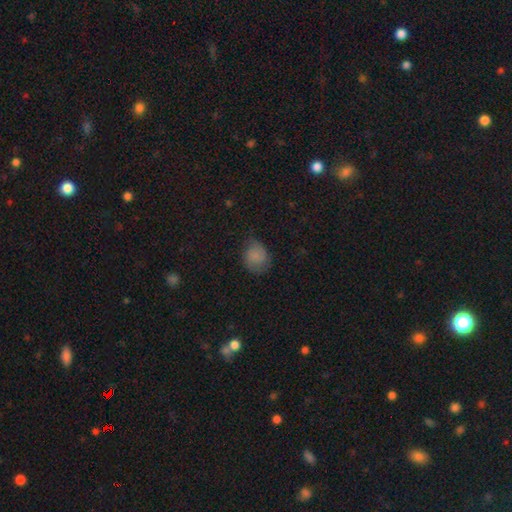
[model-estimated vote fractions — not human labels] smooth 66%, featured or disk 24%, star or artifact 10%. Down the decision tree: how rounded — round (60%); merging — none (58%).